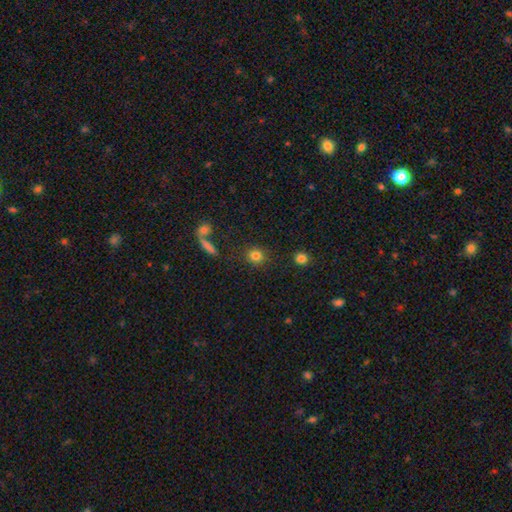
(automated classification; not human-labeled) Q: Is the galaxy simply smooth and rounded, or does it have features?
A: smooth — 82%.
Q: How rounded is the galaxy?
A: round — 86%.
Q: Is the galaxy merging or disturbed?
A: none — 85%.